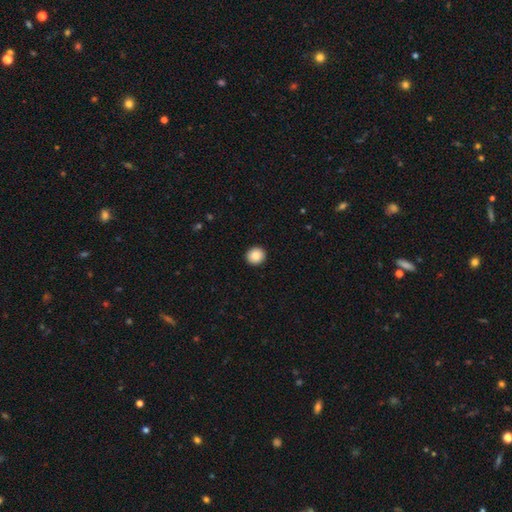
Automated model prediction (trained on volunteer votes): Smooth or featured? Predicted: smooth (p=0.85). How rounded? Predicted: round (p=0.89). Merging? Predicted: none (p=0.93).